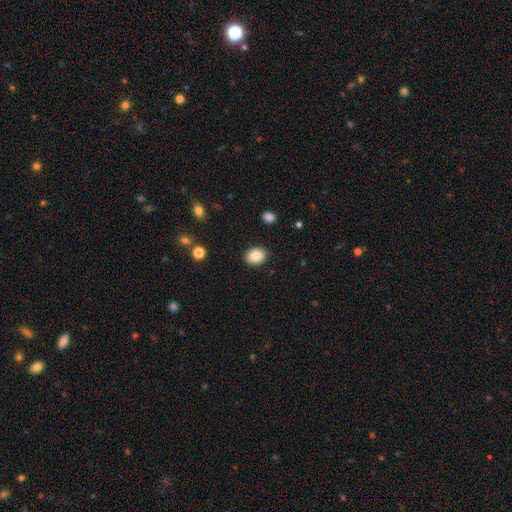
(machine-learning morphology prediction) This is clearly a smooth galaxy (87%). How rounded: likely in between (62%). Merging: clearly none (89%).